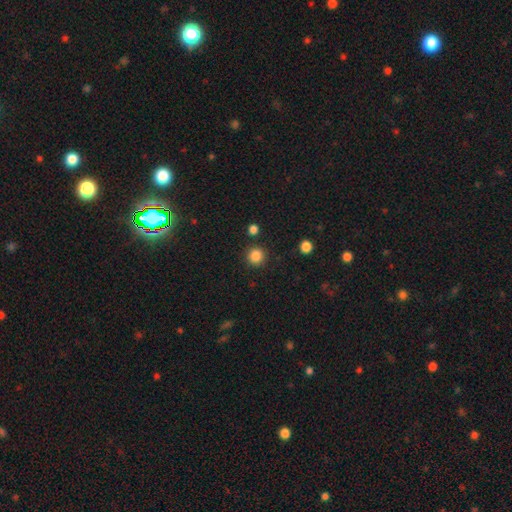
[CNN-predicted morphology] Smooth or featured? smooth (85%)
How rounded? round (94%)
Merging? none (90%)